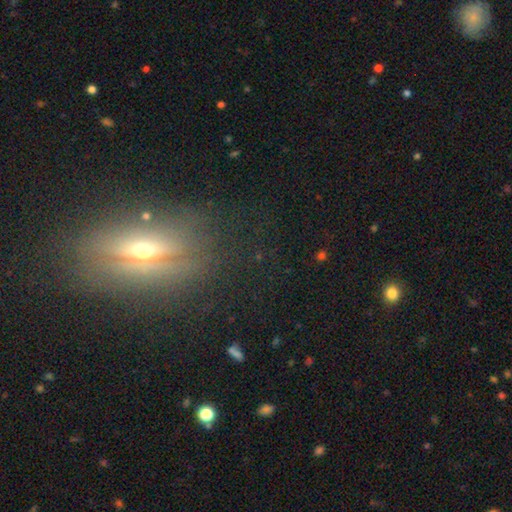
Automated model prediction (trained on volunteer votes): A featured or disk galaxy (48%).

Vote fractions:
- Smooth or featured? featured or disk: 48% / star or artifact: 26% / smooth: 25%
- Merging? none: 75% / minor disturbance: 13% / major disturbance: 8% / merger: 3%